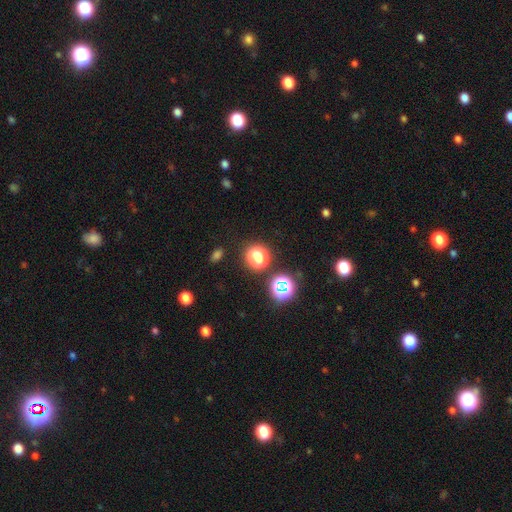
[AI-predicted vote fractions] Smooth or featured: smooth — 59% (star or artifact — 34%)
How rounded: round — 84% (in between — 15%)
Merging: none — 80% (minor disturbance — 10%)